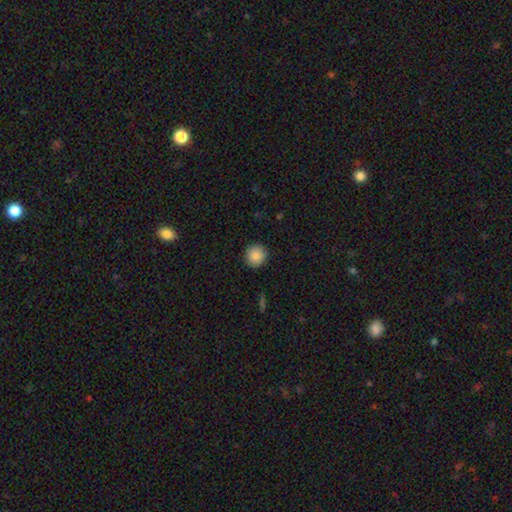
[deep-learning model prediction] A smooth galaxy with no disk features (88%) that is round (94%). Merging: none (90%).